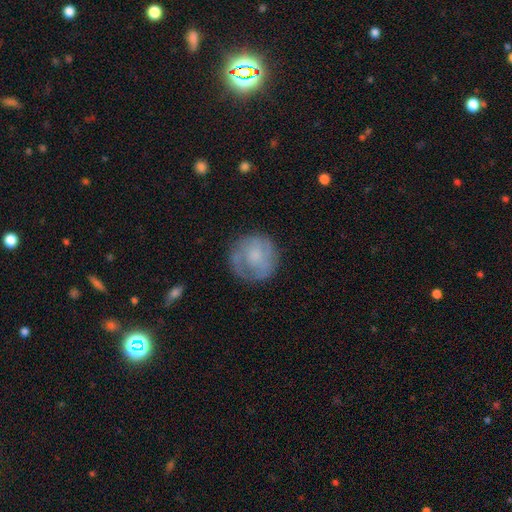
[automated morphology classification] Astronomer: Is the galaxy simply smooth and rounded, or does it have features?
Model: smooth — 49% (runner-up: featured or disk, 44%).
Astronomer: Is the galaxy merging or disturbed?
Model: none — 74%.